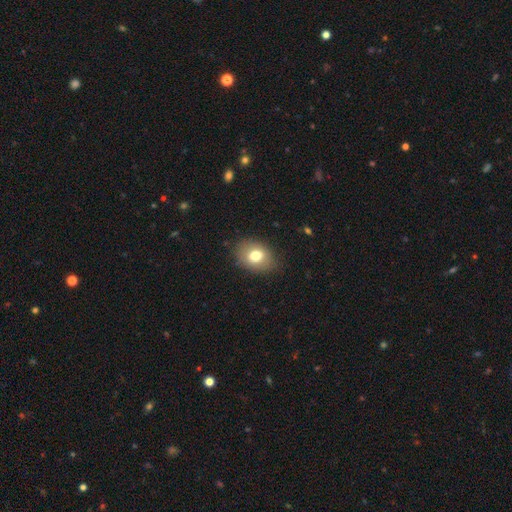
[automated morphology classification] Overall: smooth (75%). How rounded: in between (65%; round 34%). Merging: none (82%).